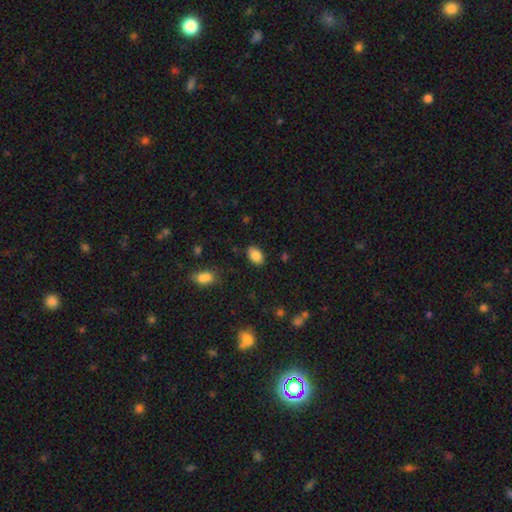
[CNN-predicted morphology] smooth_or_featured: smooth (p=0.86) [alt: star or artifact p=0.08]
how_rounded: in between (p=0.90) [alt: round p=0.08]
merging: none (p=0.84) [alt: minor disturbance p=0.12]